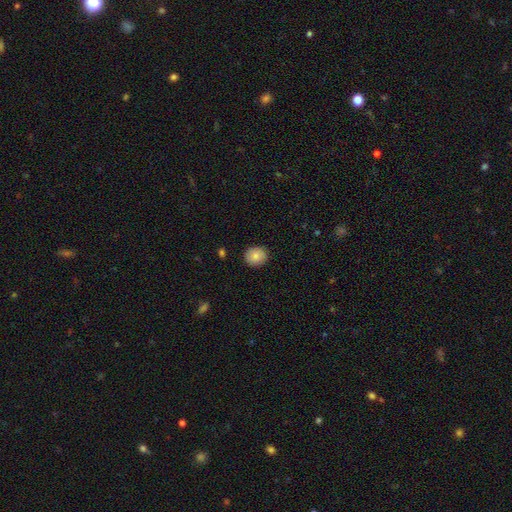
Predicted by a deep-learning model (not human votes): Morphology: type=smooth (83%); roundness=round (81%); merging=none (88%).